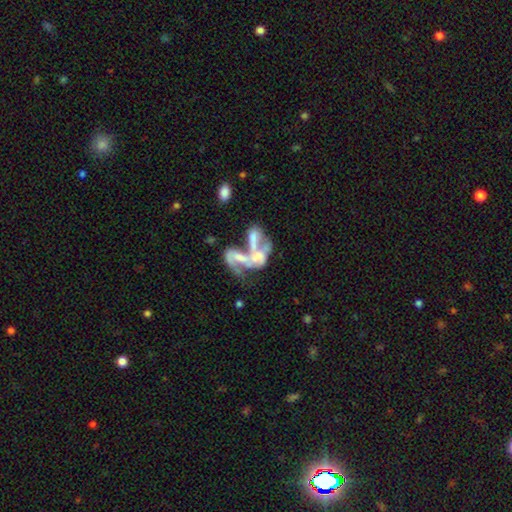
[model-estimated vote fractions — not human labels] The model was most divided on "bulge size": none: 54%, moderate: 20%, small: 16%, large: 7%, dominant: 2%. More confident: edge-on disk — no (97%); bar — no (75%); spiral arms — no (71%); merging — merger (68%); smooth or featured — featured or disk (63%).